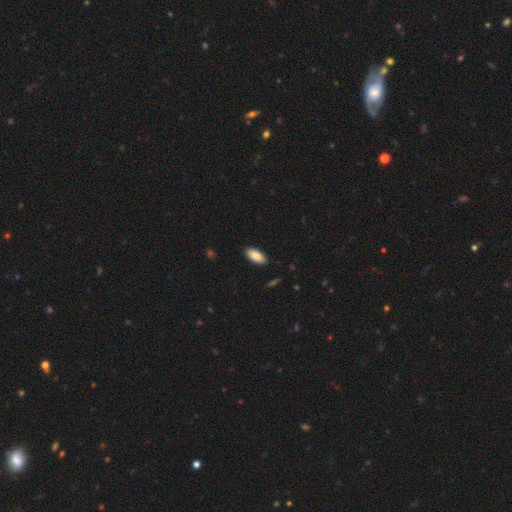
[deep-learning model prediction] Morphology: type=smooth (89%); roundness=in between (91%); merging=none (89%).